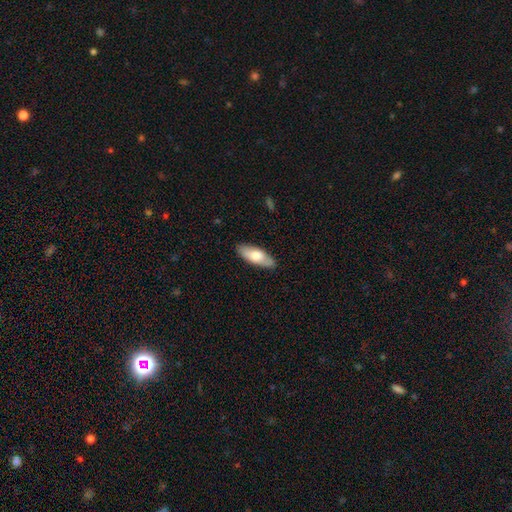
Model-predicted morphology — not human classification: smooth 68%, featured or disk 26%, star or artifact 6%. Down the decision tree: how rounded — in between (68%); merging — none (86%).